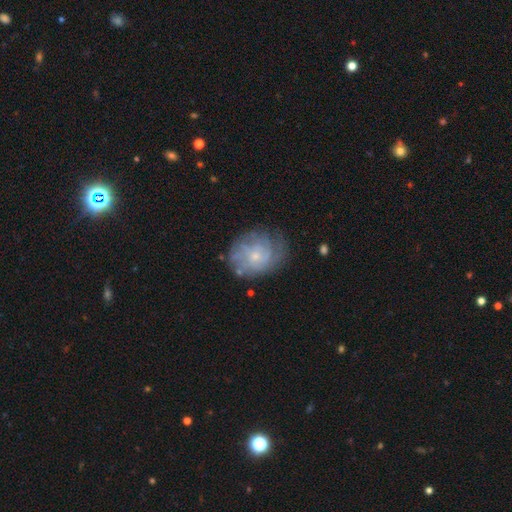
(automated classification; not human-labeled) A featured or disk galaxy (65%) with no bar (79%), tight (60%) spiral arms (79%) and a small central bulge (72%). Merging: none (66%).